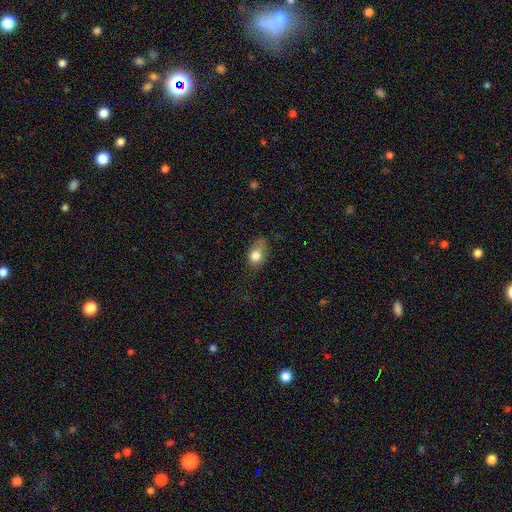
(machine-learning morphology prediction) Overall: smooth (79%). How rounded: in between (70%). Merging: none (43%; minor disturbance 38%).